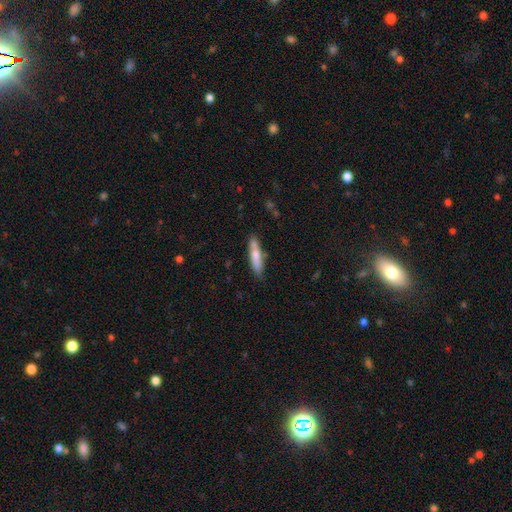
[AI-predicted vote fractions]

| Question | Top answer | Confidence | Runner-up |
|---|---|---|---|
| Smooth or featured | smooth | 70% | featured or disk (24%) |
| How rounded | cigar-shaped | 81% | in between (18%) |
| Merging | none | 75% | minor disturbance (16%) |